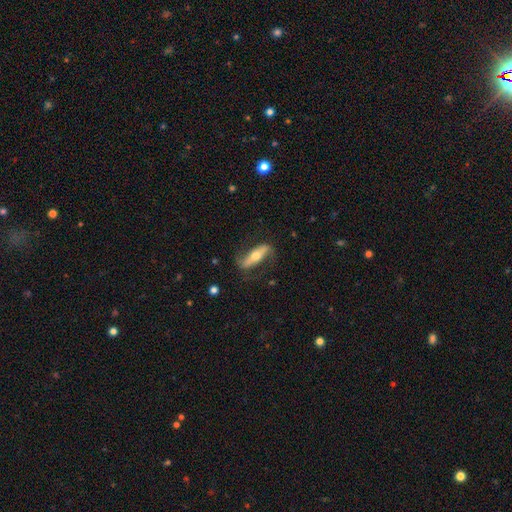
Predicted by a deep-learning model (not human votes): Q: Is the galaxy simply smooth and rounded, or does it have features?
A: featured or disk — 65%.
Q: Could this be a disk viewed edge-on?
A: no — 59%.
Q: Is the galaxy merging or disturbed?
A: none — 74%.